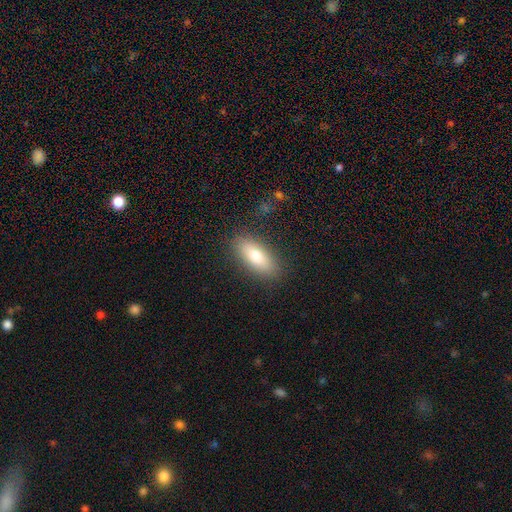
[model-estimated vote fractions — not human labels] This is likely a smooth galaxy (76%). How rounded: likely in between (75%). Merging: clearly none (87%).